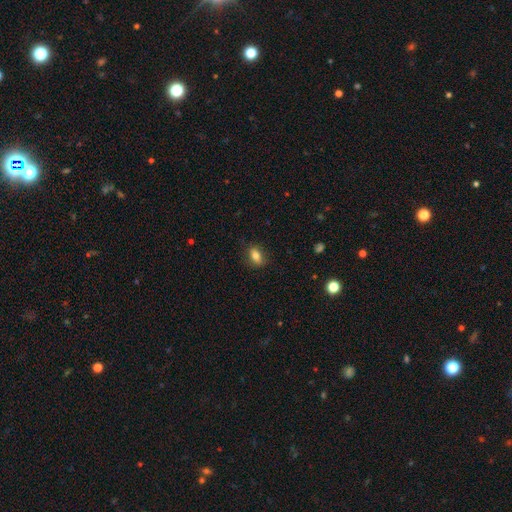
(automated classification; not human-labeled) A smooth galaxy with no disk features (77%) that is in between round and cigar-shaped (78%). Merging: none (83%).